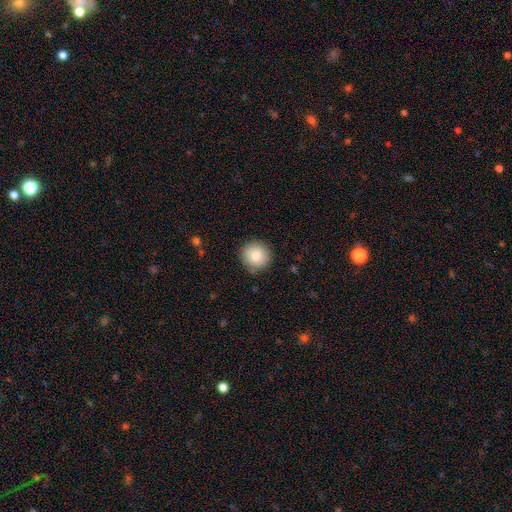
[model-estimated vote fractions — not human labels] Q: Smooth or featured?
A: smooth (86%); runner-up: star or artifact (8%)
Q: How rounded?
A: round (93%); runner-up: in between (6%)
Q: Merging?
A: none (88%); runner-up: minor disturbance (9%)